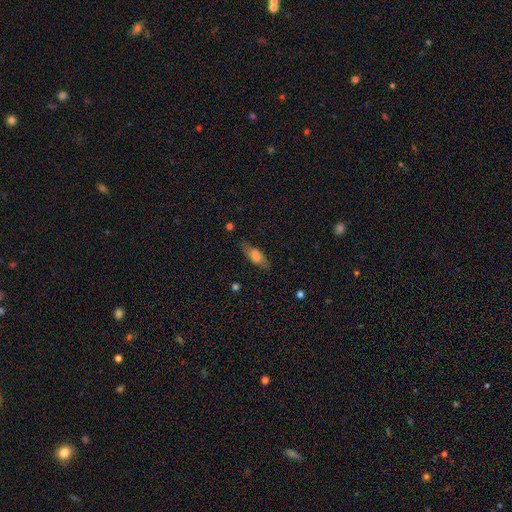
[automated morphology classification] A smooth galaxy with no disk features (60%) that is in between round and cigar-shaped (66%).

Vote fractions:
- Smooth or featured? smooth: 60% / featured or disk: 32% / star or artifact: 8%
- How rounded? in between: 66% / cigar-shaped: 31% / round: 3%
- Merging? none: 75% / minor disturbance: 18% / major disturbance: 6% / merger: 2%